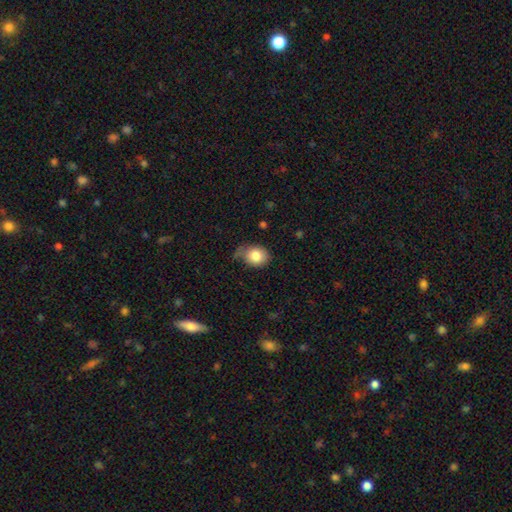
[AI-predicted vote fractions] Smooth or featured?
  - smooth: 83% *
  - star or artifact: 9%
  - featured or disk: 8%
How rounded?
  - round: 58% *
  - in between: 41%
  - cigar-shaped: 1%
Merging?
  - none: 56% *
  - minor disturbance: 31%
  - major disturbance: 9%
  - merger: 4%